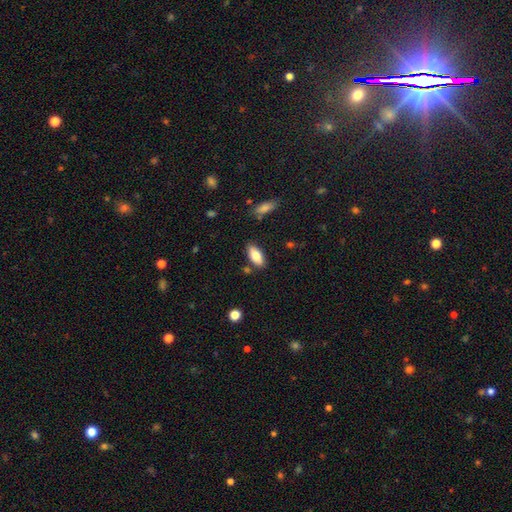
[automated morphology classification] A smooth galaxy with no disk features (82%) that is in between round and cigar-shaped (87%). Merging: none (82%).